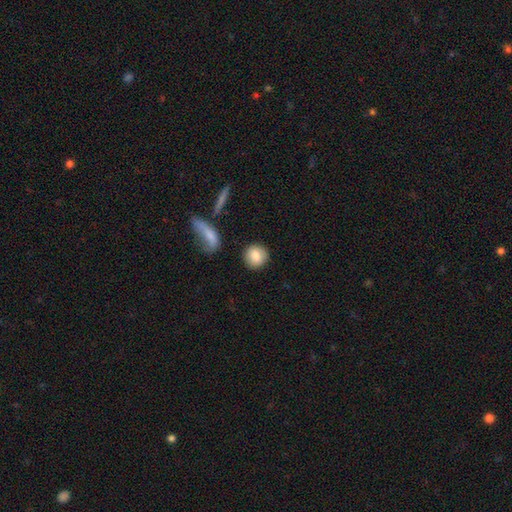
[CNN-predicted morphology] Q: Smooth or featured?
A: smooth (85%); runner-up: featured or disk (8%)
Q: How rounded?
A: round (88%); runner-up: in between (11%)
Q: Merging?
A: none (87%); runner-up: minor disturbance (7%)